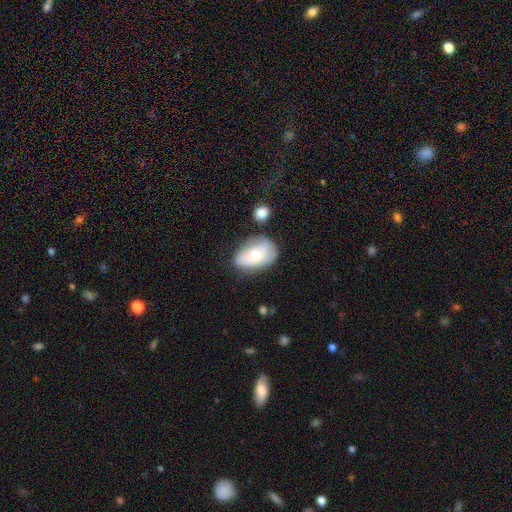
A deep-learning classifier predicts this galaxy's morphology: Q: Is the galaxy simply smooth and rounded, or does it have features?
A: smooth — 60%.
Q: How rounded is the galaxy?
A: in between — 85%.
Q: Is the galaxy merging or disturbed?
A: none — 50%.